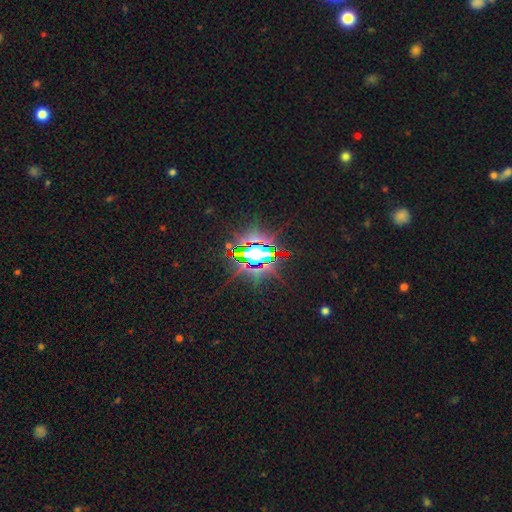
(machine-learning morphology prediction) The model was most divided on "smooth or featured": star or artifact: 81%, smooth: 10%, featured or disk: 9%.